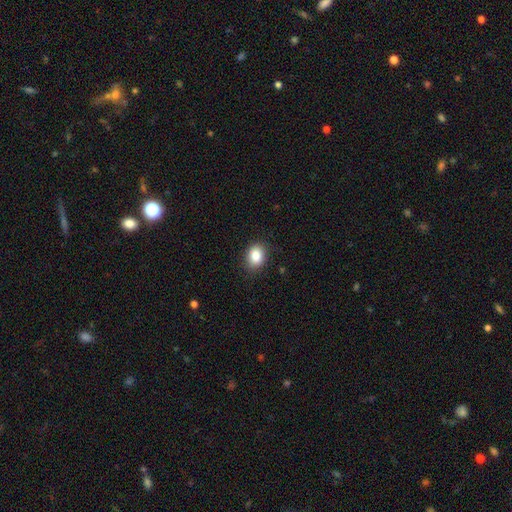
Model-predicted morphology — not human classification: Overall: smooth (85%). How rounded: in between (65%; round 34%). Merging: none (86%).